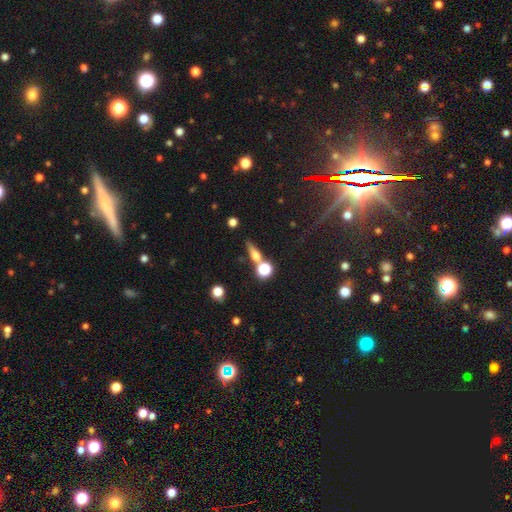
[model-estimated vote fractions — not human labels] This is possibly a smooth galaxy (49%). Merging: possibly none (60%).